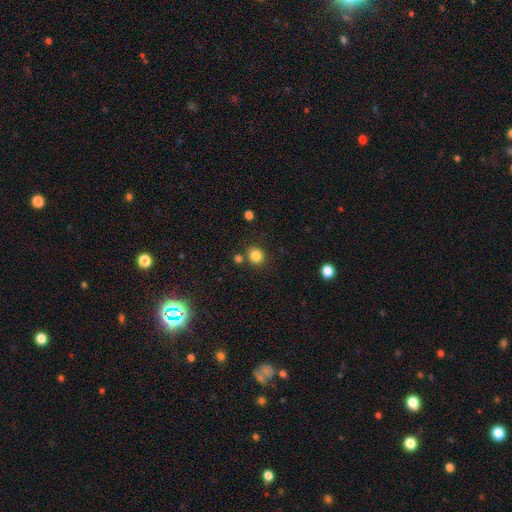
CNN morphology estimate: Smooth or featured? Predicted: smooth (p=0.83). How rounded? Predicted: round (p=0.83). Merging? Predicted: none (p=0.80).